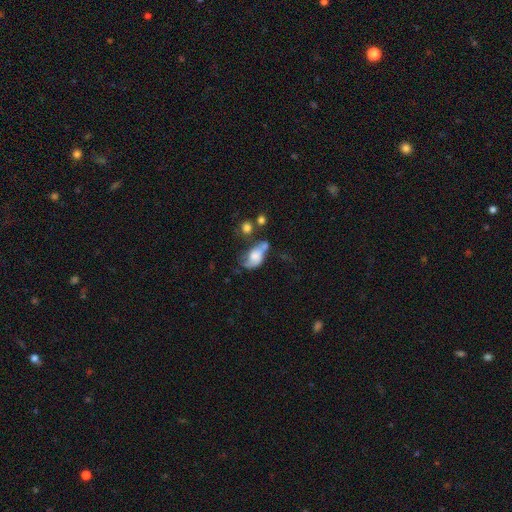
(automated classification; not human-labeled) A smooth galaxy with no disk features (47%).

Vote fractions:
- Smooth or featured? smooth: 47% / featured or disk: 43% / star or artifact: 10%
- Merging? major disturbance: 28% / none: 26% / minor disturbance: 24% / merger: 22%